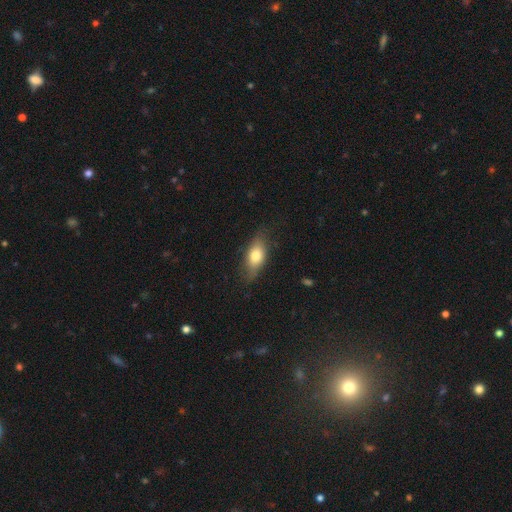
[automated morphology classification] Q: Smooth or featured?
A: smooth (73%); runner-up: featured or disk (20%)
Q: How rounded?
A: in between (80%); runner-up: cigar-shaped (14%)
Q: Merging?
A: none (74%); runner-up: minor disturbance (20%)